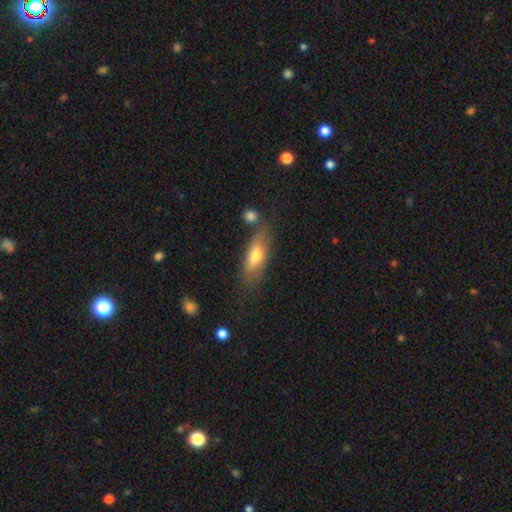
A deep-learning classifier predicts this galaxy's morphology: smooth_or_featured: smooth (p=0.65) [alt: featured or disk p=0.28]
how_rounded: in between (p=0.58) [alt: cigar-shaped p=0.39]
merging: none (p=0.65) [alt: minor disturbance p=0.19]